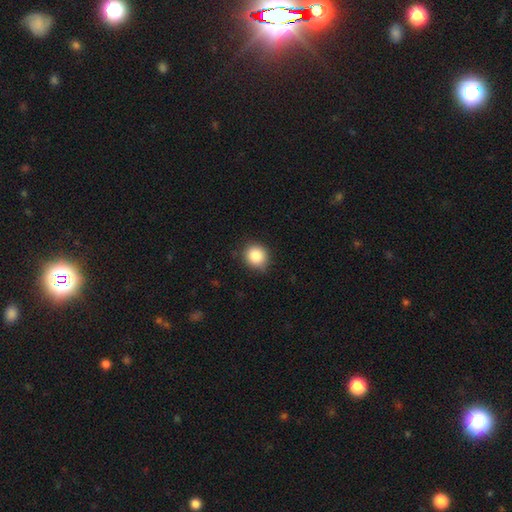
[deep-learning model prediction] Smooth or featured?
  - smooth: 85% *
  - star or artifact: 9%
  - featured or disk: 5%
How rounded?
  - round: 81% *
  - in between: 18%
  - cigar-shaped: 1%
Merging?
  - none: 81% *
  - minor disturbance: 15%
  - major disturbance: 3%
  - merger: 1%